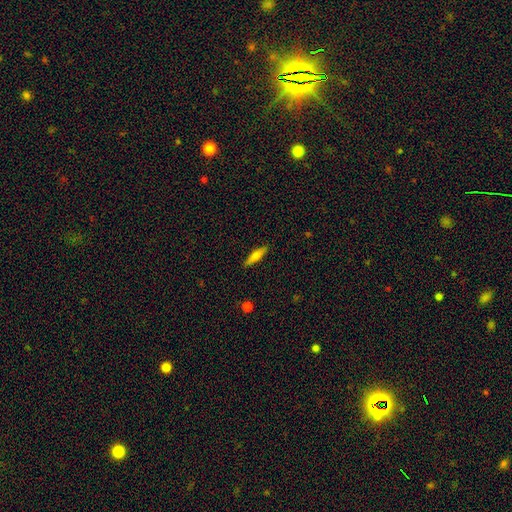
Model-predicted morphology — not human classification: smooth 65%, featured or disk 29%, star or artifact 7%. Down the decision tree: how rounded — cigar-shaped (77%); merging — none (88%).